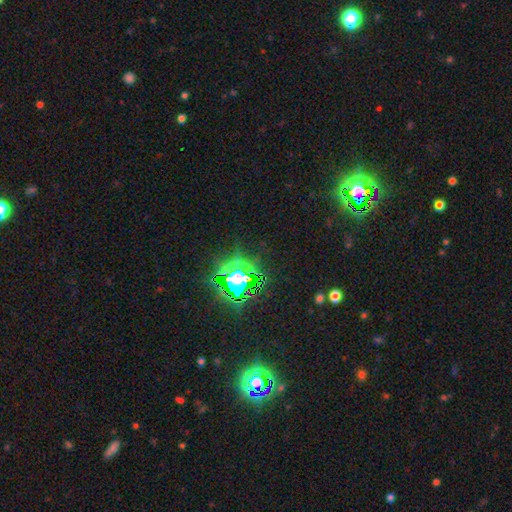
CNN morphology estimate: A star or artifact, not a galaxy (82%).

Vote fractions:
- Smooth or featured? star or artifact: 82% / smooth: 11% / featured or disk: 7%